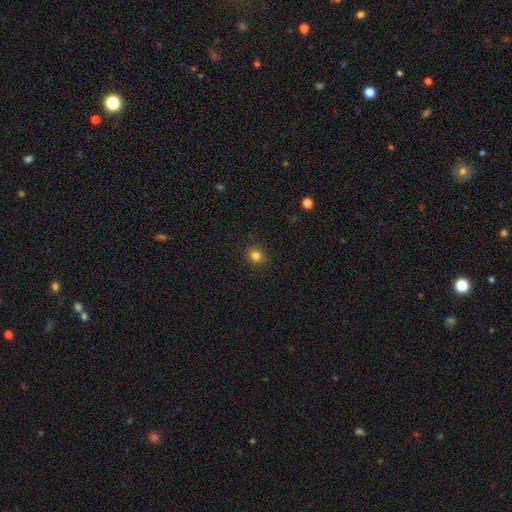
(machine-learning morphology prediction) smooth-or-featured: smooth: 82% | star or artifact: 13% | featured or disk: 5%
  how-rounded: round: 81% | in between: 19% | cigar-shaped: 1%
  merging: none: 88% | minor disturbance: 8% | major disturbance: 2% | merger: 1%